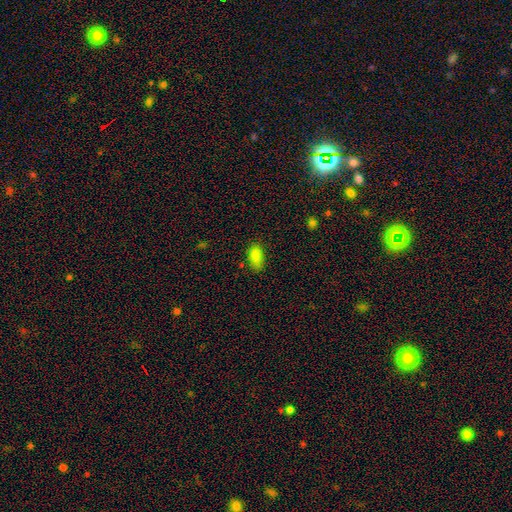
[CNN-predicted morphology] This is clearly a smooth galaxy (85%). How rounded: clearly in between (89%). Merging: likely none (77%).